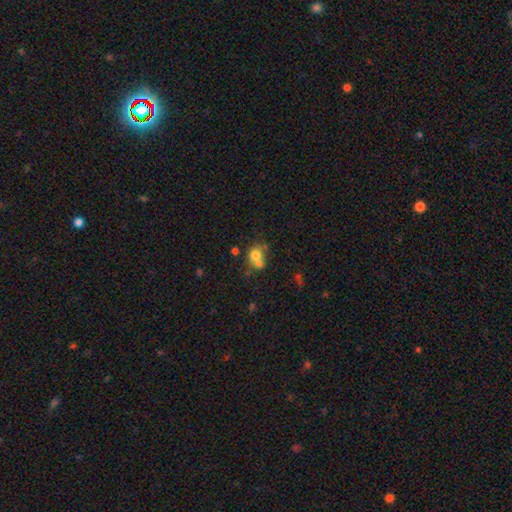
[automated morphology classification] smooth_or_featured: smooth (p=0.71) [alt: featured or disk p=0.17]
how_rounded: round (p=0.73) [alt: in between p=0.26]
merging: merger (p=0.53) [alt: none p=0.33]